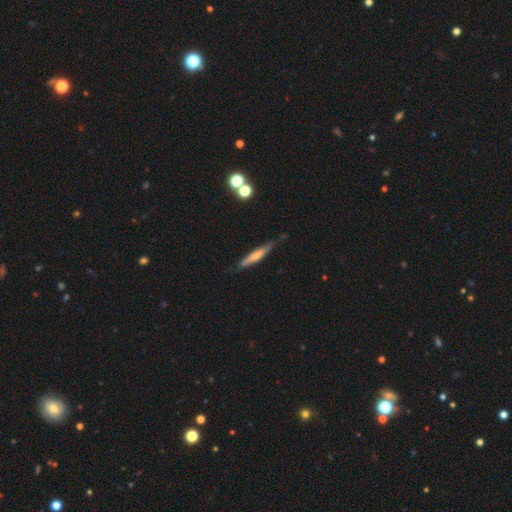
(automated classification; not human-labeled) Morphology: type=smooth (52%); roundness=cigar-shaped (90%); merging=none (78%).